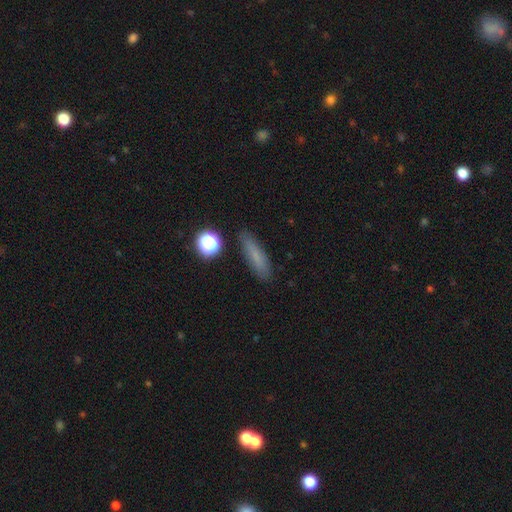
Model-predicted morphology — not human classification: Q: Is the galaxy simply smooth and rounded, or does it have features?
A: smooth — 72%.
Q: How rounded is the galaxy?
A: cigar-shaped — 71%.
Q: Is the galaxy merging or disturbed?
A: none — 84%.